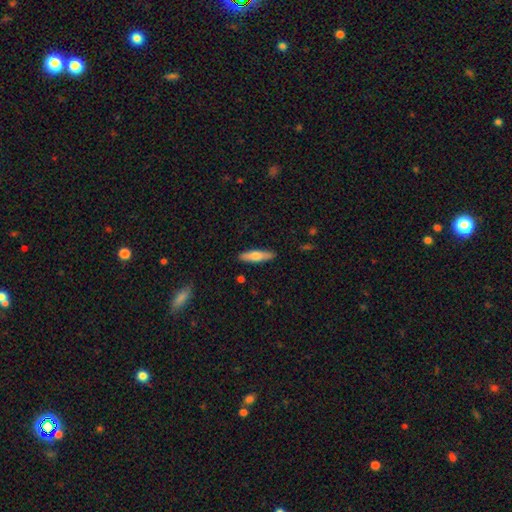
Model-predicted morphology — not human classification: smooth_or_featured: smooth (p=0.62) [alt: featured or disk p=0.32]
how_rounded: cigar-shaped (p=0.72) [alt: in between p=0.26]
merging: none (p=0.90) [alt: minor disturbance p=0.07]